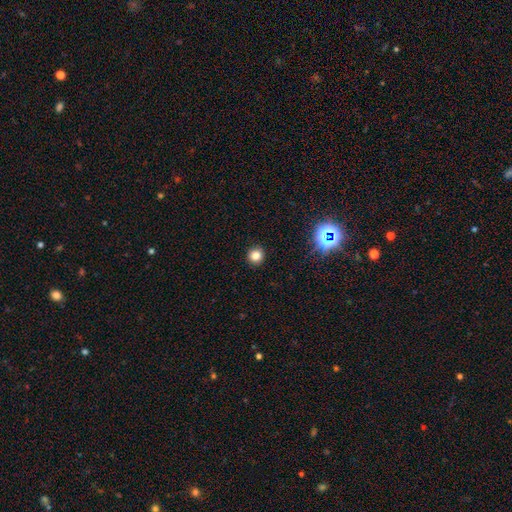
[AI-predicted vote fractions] Q: Smooth or featured?
A: smooth (81%); runner-up: star or artifact (15%)
Q: How rounded?
A: round (92%); runner-up: in between (7%)
Q: Merging?
A: none (92%); runner-up: minor disturbance (5%)